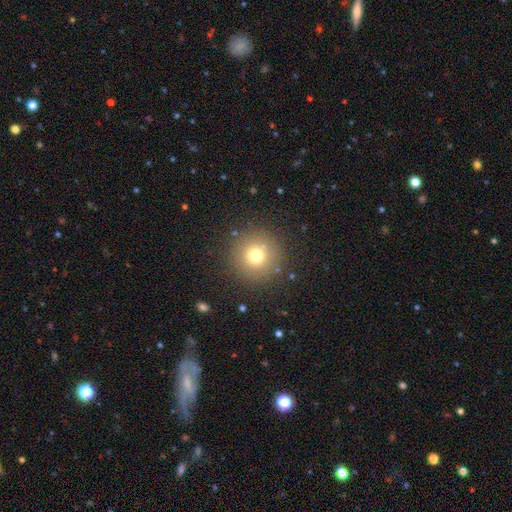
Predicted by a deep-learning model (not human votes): This is likely a smooth galaxy (72%). How rounded: clearly round (96%). Merging: clearly none (88%).